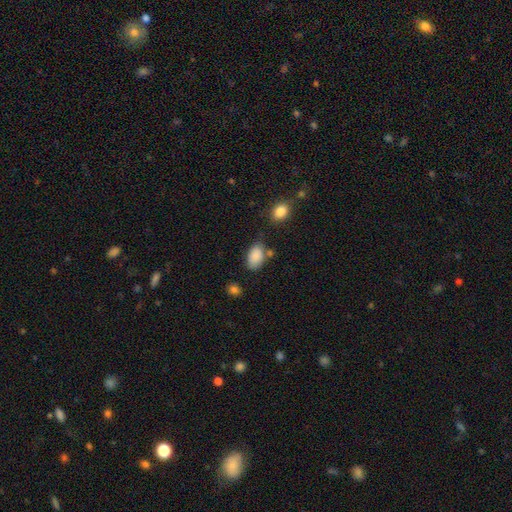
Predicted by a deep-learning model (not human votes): Smooth or featured? Predicted: smooth (p=0.87). How rounded? Predicted: in between (p=0.91). Merging? Predicted: none (p=0.66).